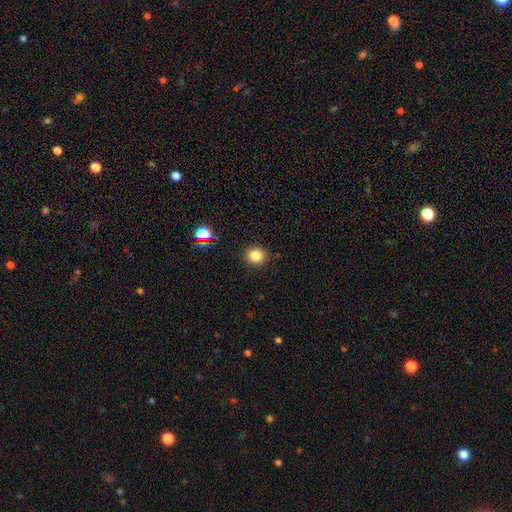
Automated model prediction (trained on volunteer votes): Smooth or featured: smooth — 83% (star or artifact — 12%)
How rounded: round — 81% (in between — 19%)
Merging: none — 90% (minor disturbance — 7%)